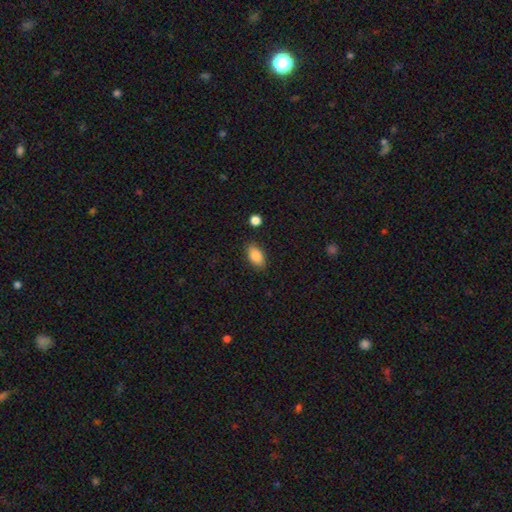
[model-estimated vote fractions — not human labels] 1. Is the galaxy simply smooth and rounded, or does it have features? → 86% smooth, 8% star or artifact, 7% featured or disk.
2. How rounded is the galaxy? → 90% in between, 6% round, 4% cigar-shaped.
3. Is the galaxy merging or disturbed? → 83% none, 12% minor disturbance, 3% major disturbance, 2% merger.